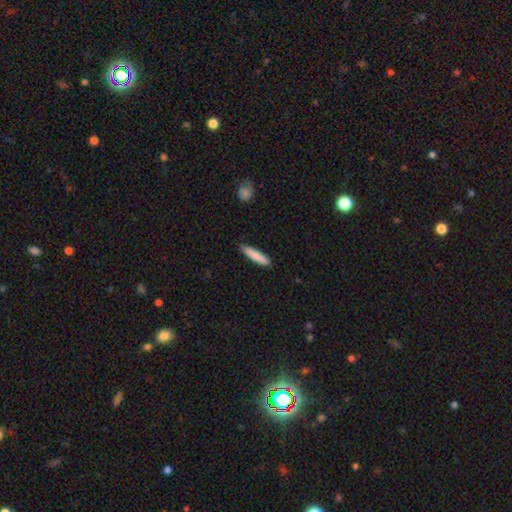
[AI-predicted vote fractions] smooth-or-featured: smooth: 86% | featured or disk: 8% | star or artifact: 6%
  how-rounded: cigar-shaped: 83% | in between: 16% | round: 1%
  merging: none: 88% | minor disturbance: 10% | major disturbance: 2% | merger: 1%